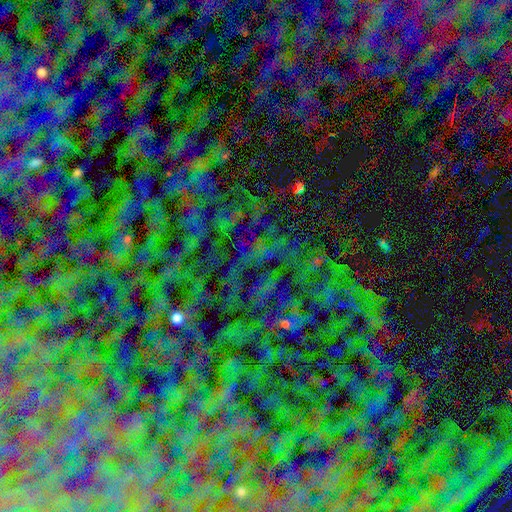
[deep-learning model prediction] The model was most divided on "smooth or featured": star or artifact: 81%, smooth: 10%, featured or disk: 9%.